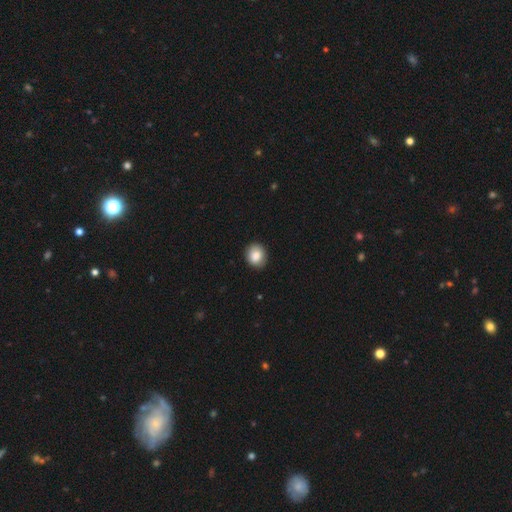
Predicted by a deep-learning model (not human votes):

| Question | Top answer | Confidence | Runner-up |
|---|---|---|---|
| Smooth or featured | smooth | 86% | star or artifact (8%) |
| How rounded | round | 62% | in between (37%) |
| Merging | none | 88% | minor disturbance (9%) |